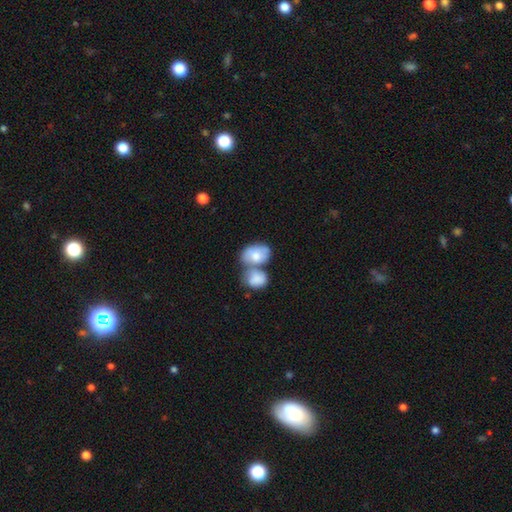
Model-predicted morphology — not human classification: This appears to be a smooth galaxy with no disk features (71%) that is in between round and cigar-shaped (77%). Merging: merger (59%).